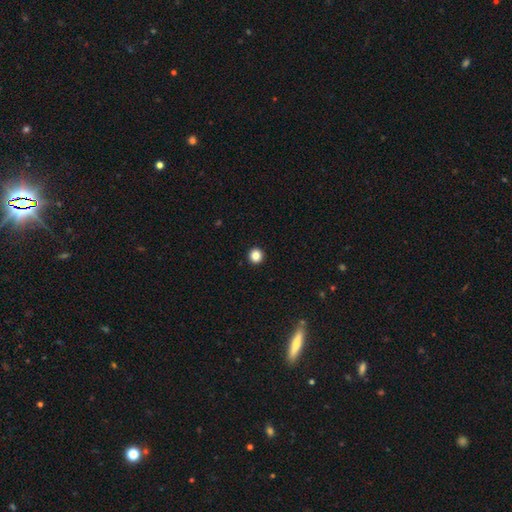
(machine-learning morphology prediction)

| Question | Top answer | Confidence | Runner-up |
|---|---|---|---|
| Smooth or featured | smooth | 85% | star or artifact (11%) |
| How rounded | round | 95% | in between (4%) |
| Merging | none | 94% | minor disturbance (4%) |